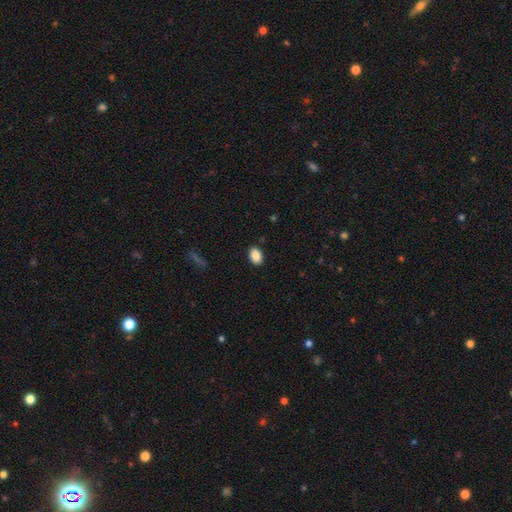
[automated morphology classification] smooth-or-featured: smooth: 89% | star or artifact: 8% | featured or disk: 3%
  how-rounded: in between: 84% | round: 15% | cigar-shaped: 1%
  merging: none: 88% | minor disturbance: 8% | major disturbance: 2% | merger: 1%